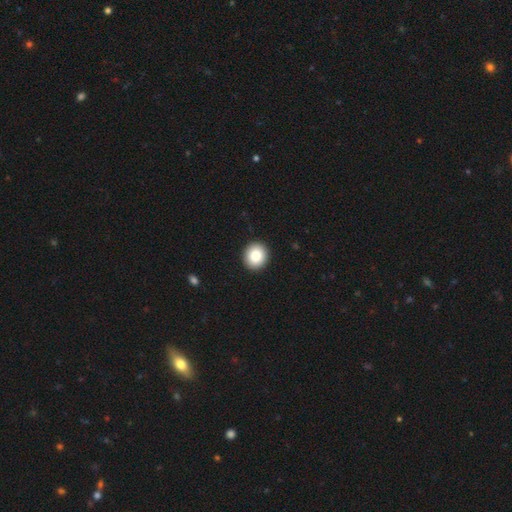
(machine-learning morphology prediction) type=smooth (85%); roundness=round (88%); merging=none (93%).